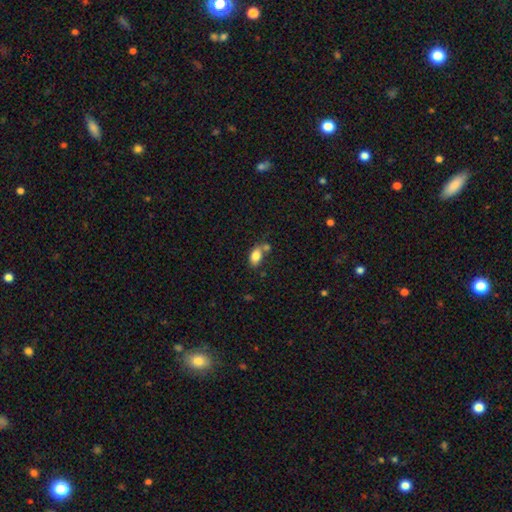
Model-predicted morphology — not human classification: This is clearly a smooth galaxy (81%). How rounded: clearly in between (86%). Merging: possibly none (47%).